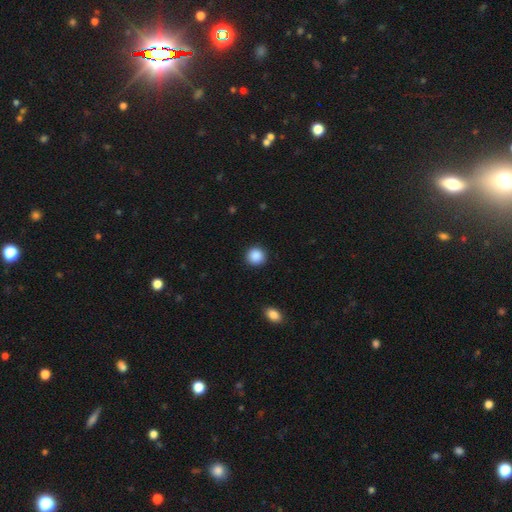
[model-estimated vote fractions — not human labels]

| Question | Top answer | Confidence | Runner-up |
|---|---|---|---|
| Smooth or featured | smooth | 88% | star or artifact (9%) |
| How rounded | round | 93% | in between (6%) |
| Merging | none | 92% | minor disturbance (5%) |